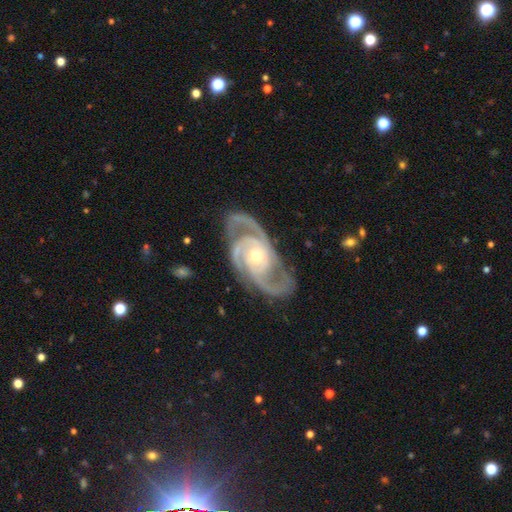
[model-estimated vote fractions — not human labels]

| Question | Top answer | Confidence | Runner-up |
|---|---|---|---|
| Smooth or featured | featured or disk | 94% | star or artifact (4%) |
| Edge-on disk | no | 97% | yes (3%) |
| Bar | no | 68% | weak (23%) |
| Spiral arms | yes | 99% | no (1%) |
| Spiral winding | medium | 49% | tight (44%) |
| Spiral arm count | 2 | 47% | 3 (38%) |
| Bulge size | small | 51% | moderate (45%) |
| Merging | none | 75% | minor disturbance (16%) |